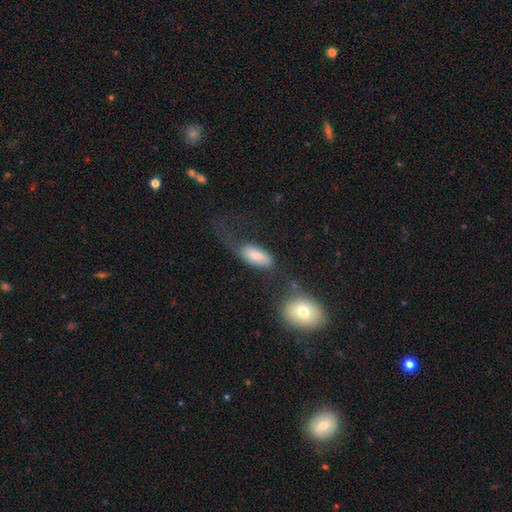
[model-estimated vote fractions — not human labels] A smooth galaxy with no disk features (70%) that is in between round and cigar-shaped (89%).

Vote fractions:
- Smooth or featured? smooth: 70% / featured or disk: 24% / star or artifact: 7%
- How rounded? in between: 89% / cigar-shaped: 7% / round: 4%
- Merging? major disturbance: 39% / none: 29% / minor disturbance: 20% / merger: 13%